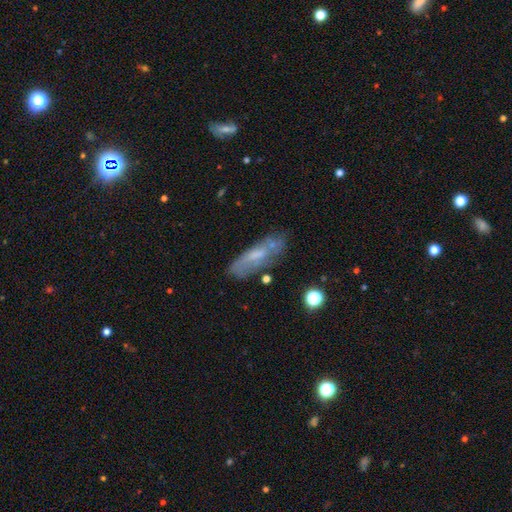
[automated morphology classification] Overall: smooth (51%; featured or disk 40%). How rounded: cigar-shaped (55%; in between 43%). Merging: none (59%; minor disturbance 24%).